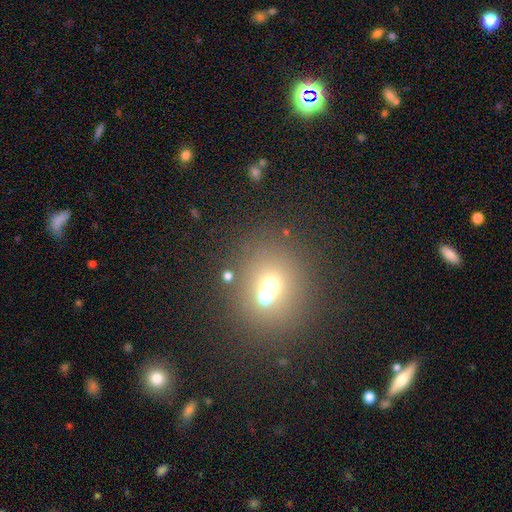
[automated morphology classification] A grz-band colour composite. It shows a smooth galaxy with no disk features (54%) that is round (75%). Merging: none (59%).